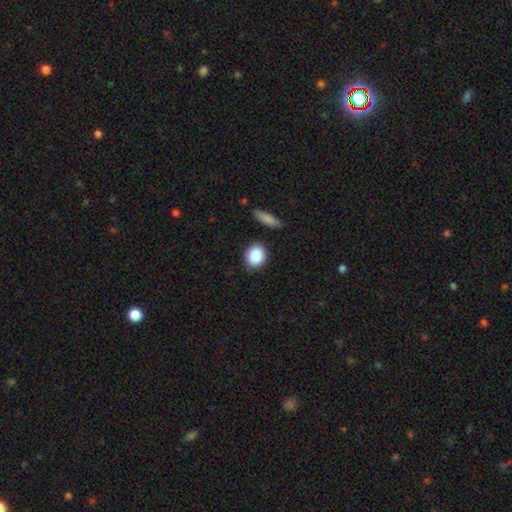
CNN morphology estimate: Q: Smooth or featured?
A: smooth (89%); runner-up: star or artifact (7%)
Q: How rounded?
A: round (59%); runner-up: in between (39%)
Q: Merging?
A: none (83%); runner-up: minor disturbance (11%)